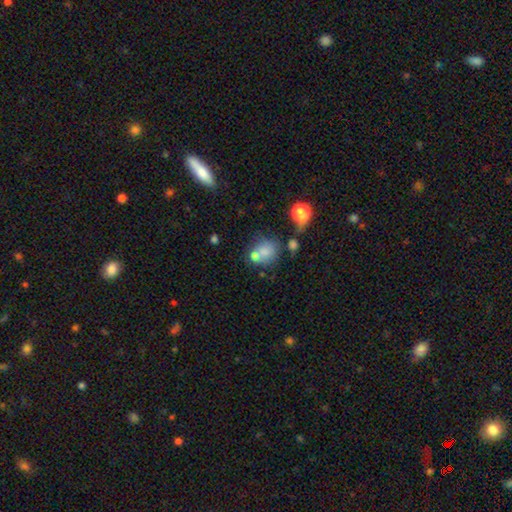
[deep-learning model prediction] smooth-or-featured: smooth: 72% | featured or disk: 16% | star or artifact: 13%
  how-rounded: round: 67% | in between: 32% | cigar-shaped: 1%
  merging: none: 42% | merger: 35% | minor disturbance: 15% | major disturbance: 9%